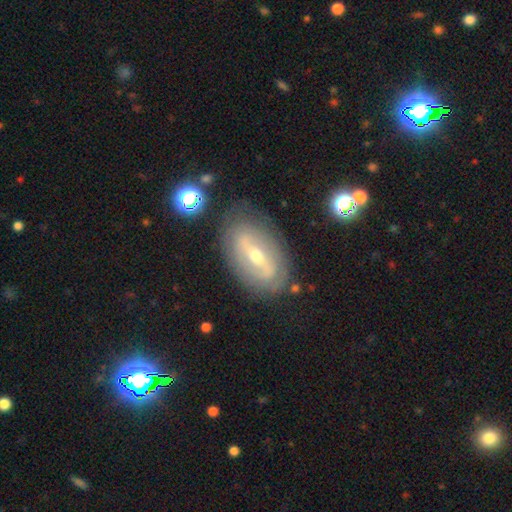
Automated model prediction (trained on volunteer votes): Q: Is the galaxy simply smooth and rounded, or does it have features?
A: featured or disk — 72%.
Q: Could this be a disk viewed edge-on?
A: no — 88%.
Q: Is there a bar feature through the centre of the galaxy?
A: strong — 47%.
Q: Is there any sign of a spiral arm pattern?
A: yes — 58%.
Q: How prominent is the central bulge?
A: moderate — 53%.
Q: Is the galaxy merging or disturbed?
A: none — 79%.